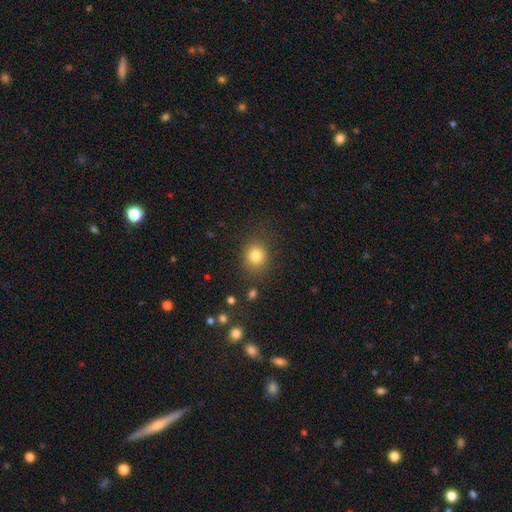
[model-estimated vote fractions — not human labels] This appears to be a smooth galaxy with no disk features (82%) that is round (78%). Merging: none (82%).